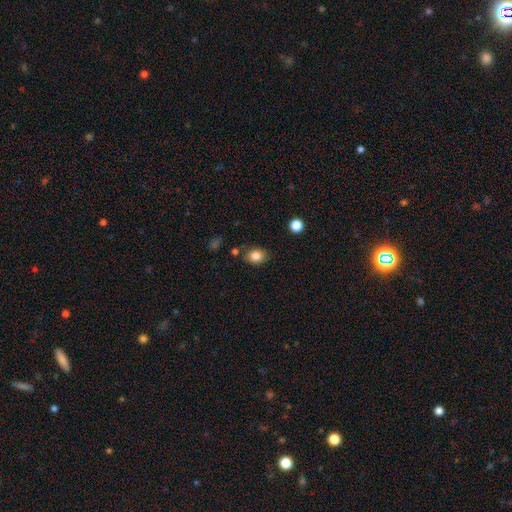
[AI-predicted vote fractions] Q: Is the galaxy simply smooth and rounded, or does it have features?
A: smooth — 83%.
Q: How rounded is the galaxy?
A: in between — 52%.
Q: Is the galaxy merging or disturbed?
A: none — 82%.